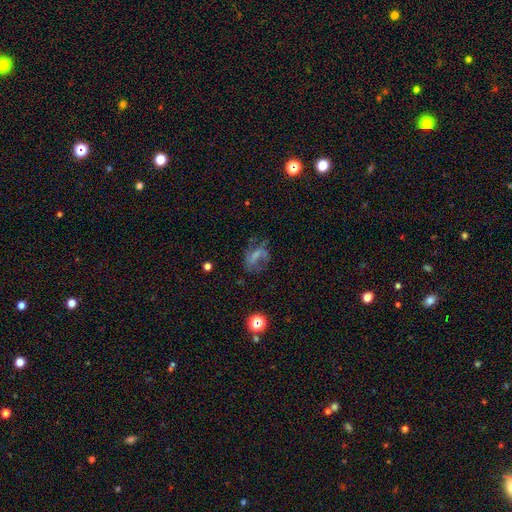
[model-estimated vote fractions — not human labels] This is possibly a featured or disk galaxy (45%). Merging: marginally none (40%).